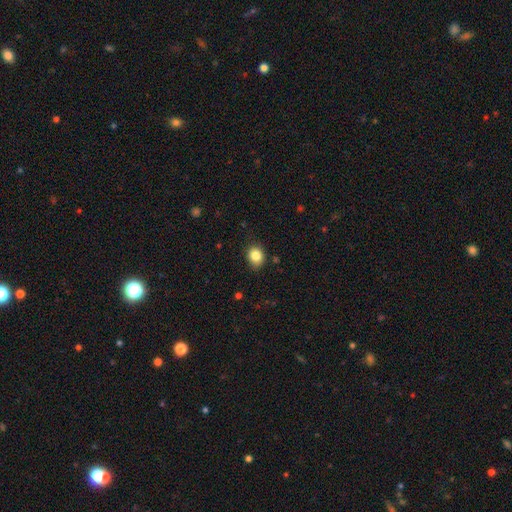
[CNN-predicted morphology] type=smooth (85%); roundness=round (59%); merging=none (81%).